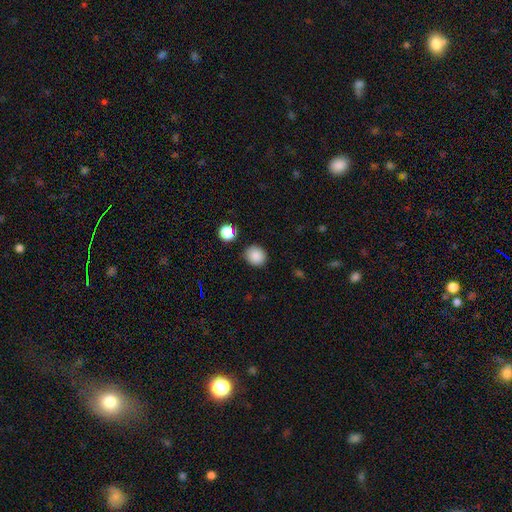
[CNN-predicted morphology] Overall: smooth (86%). How rounded: round (83%). Merging: none (86%).